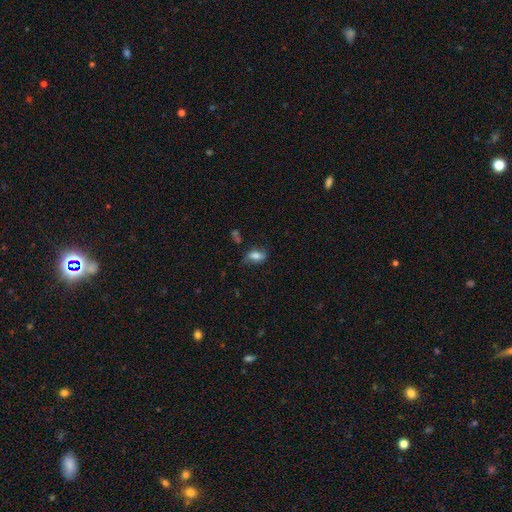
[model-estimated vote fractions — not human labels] Morphology: type=smooth (71%); roundness=in between (85%); merging=none (57%).